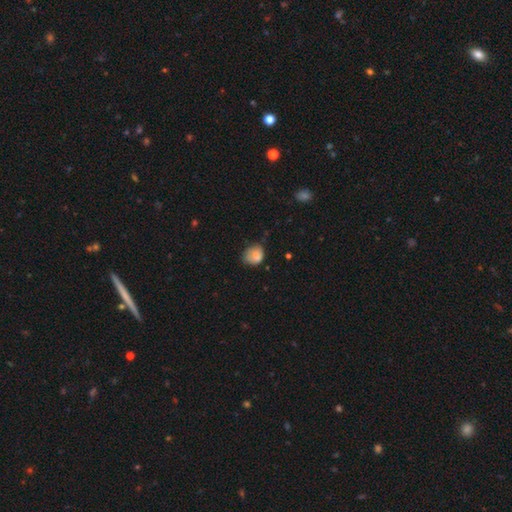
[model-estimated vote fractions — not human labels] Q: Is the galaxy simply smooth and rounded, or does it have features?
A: smooth — 79%.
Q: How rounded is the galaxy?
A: in between — 50%.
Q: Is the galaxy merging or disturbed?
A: none — 44%.